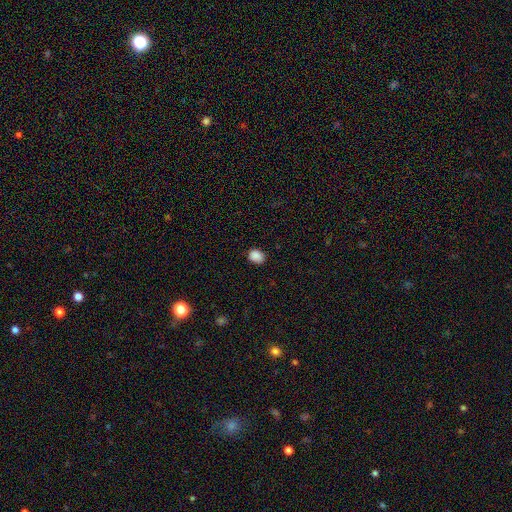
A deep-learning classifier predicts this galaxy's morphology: type=smooth (87%); roundness=in between (54%); merging=none (82%).